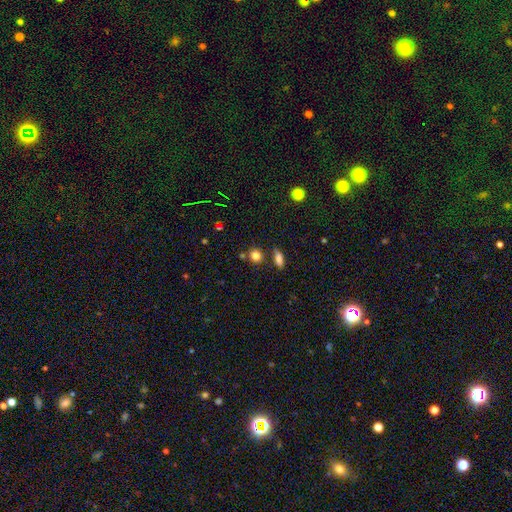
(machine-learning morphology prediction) Smooth or featured? Predicted: smooth (p=0.79). How rounded? Predicted: round (p=0.76). Merging? Predicted: none (p=0.74).